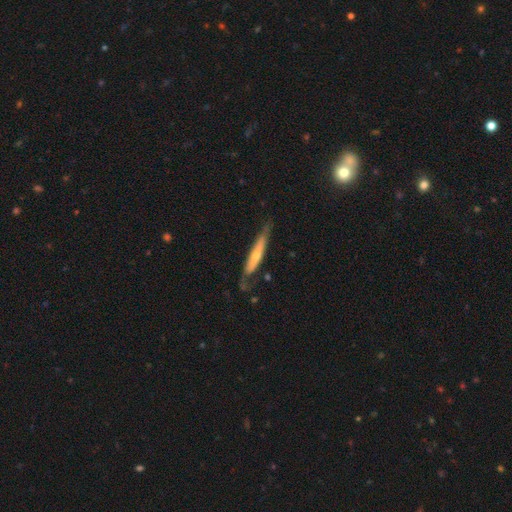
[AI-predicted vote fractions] A featured or disk galaxy (58%) viewed edge-on (83%). Merging: none (65%).